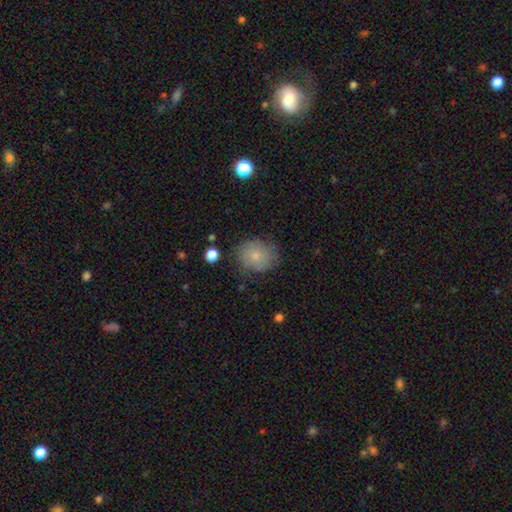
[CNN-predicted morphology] The model was most divided on "how rounded": round: 74%, in between: 25%, cigar-shaped: 1%. More confident: merging — none (72%); smooth or featured — smooth (71%).